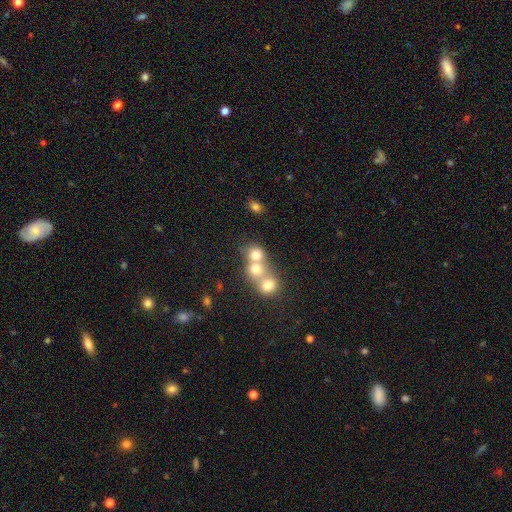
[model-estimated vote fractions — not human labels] A smooth galaxy with no disk features (71%) that is round (78%). Merging: merger (61%).